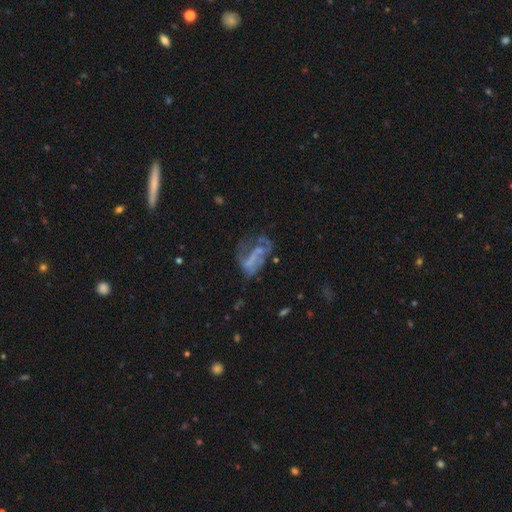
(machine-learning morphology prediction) smooth_or_featured: featured or disk (p=0.60) [alt: smooth p=0.22]
disk_edge_on: no (p=0.96) [alt: yes p=0.04]
bar: no (p=0.65) [alt: weak p=0.22]
has_spiral_arms: no (p=0.64) [alt: yes p=0.36]
bulge_size: none (p=0.65) [alt: small p=0.23]
merging: major disturbance (p=0.40) [alt: none p=0.32]